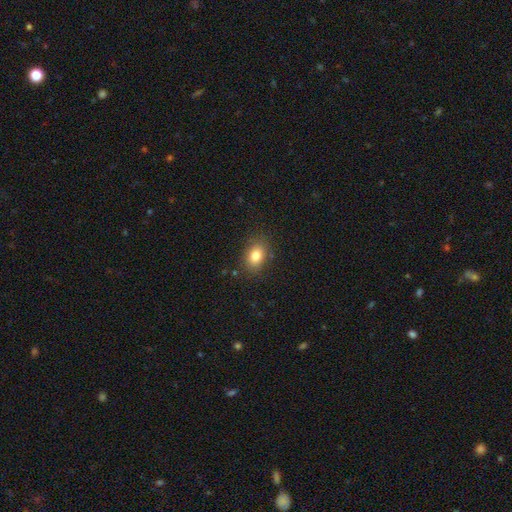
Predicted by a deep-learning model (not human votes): The model was most divided on "how rounded": in between: 74%, round: 25%, cigar-shaped: 1%. More confident: merging — none (84%); smooth or featured — smooth (82%).